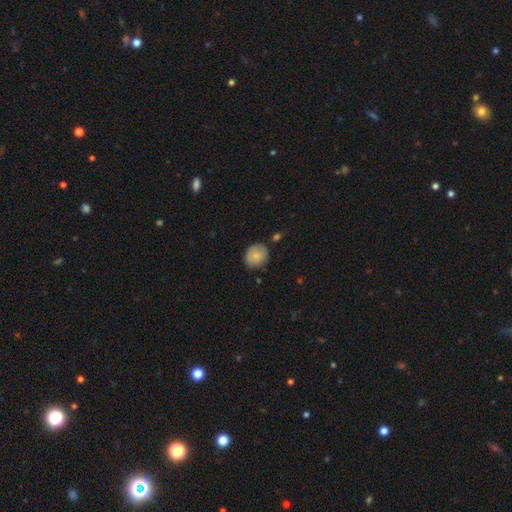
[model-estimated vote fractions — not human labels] Q: Smooth or featured?
A: smooth (81%); runner-up: featured or disk (12%)
Q: How rounded?
A: round (70%); runner-up: in between (29%)
Q: Merging?
A: none (76%); runner-up: minor disturbance (18%)